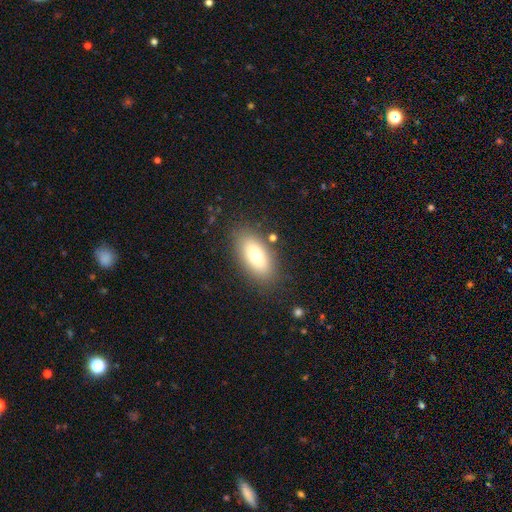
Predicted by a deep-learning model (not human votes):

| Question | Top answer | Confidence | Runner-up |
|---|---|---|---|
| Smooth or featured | smooth | 69% | featured or disk (23%) |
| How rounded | in between | 88% | cigar-shaped (7%) |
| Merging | none | 83% | minor disturbance (11%) |